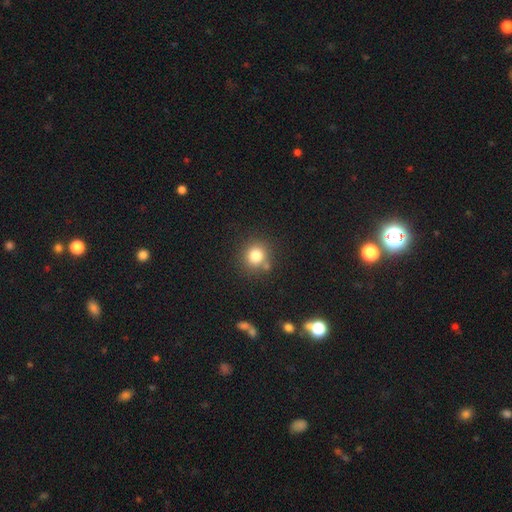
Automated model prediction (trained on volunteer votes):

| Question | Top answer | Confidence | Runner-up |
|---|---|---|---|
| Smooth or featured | smooth | 79% | star or artifact (13%) |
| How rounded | round | 88% | in between (11%) |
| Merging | none | 77% | minor disturbance (11%) |